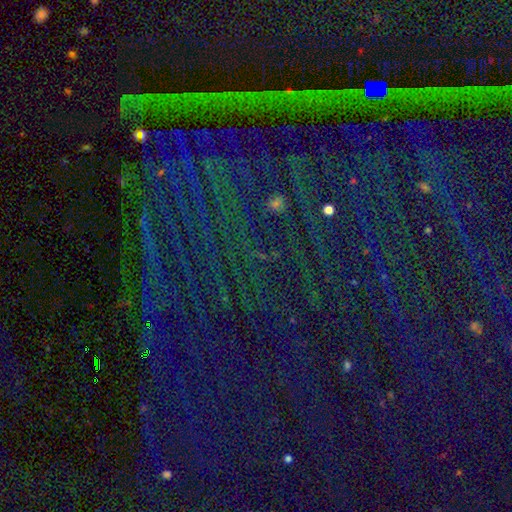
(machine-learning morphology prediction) smooth-or-featured: star or artifact: 82% | smooth: 10% | featured or disk: 8%